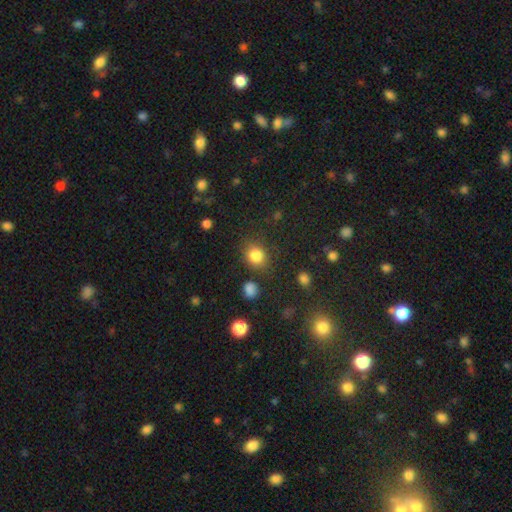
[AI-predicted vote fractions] This appears to be a smooth galaxy with no disk features (83%) that is round (71%). Merging: none (78%).